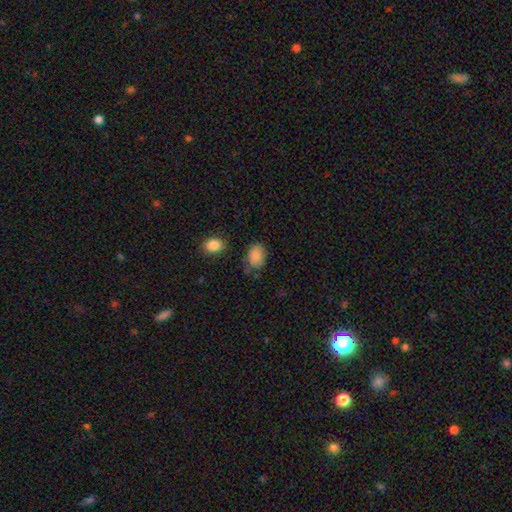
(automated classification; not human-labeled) A smooth galaxy with no disk features (85%) that is in between round and cigar-shaped (74%).

Vote fractions:
- Smooth or featured? smooth: 85% / star or artifact: 8% / featured or disk: 6%
- How rounded? in between: 74% / round: 25% / cigar-shaped: 1%
- Merging? none: 69% / minor disturbance: 21% / major disturbance: 5% / merger: 4%